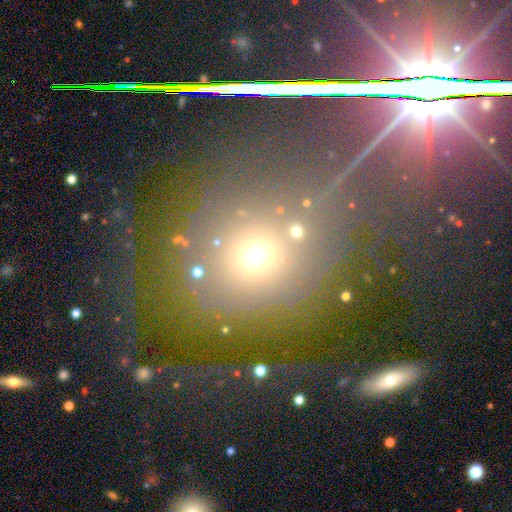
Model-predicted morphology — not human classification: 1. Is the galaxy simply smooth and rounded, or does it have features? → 52% smooth, 34% star or artifact, 14% featured or disk.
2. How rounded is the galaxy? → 79% round, 19% in between, 2% cigar-shaped.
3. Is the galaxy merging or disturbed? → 69% none, 12% minor disturbance, 11% major disturbance, 8% merger.